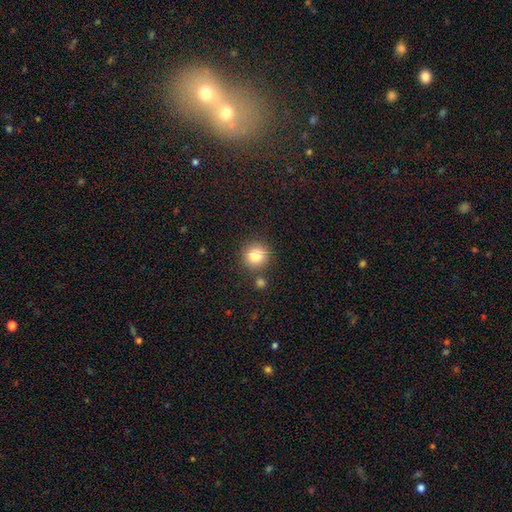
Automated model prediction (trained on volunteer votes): A smooth galaxy with no disk features (83%) that is round (92%). Merging: none (82%).